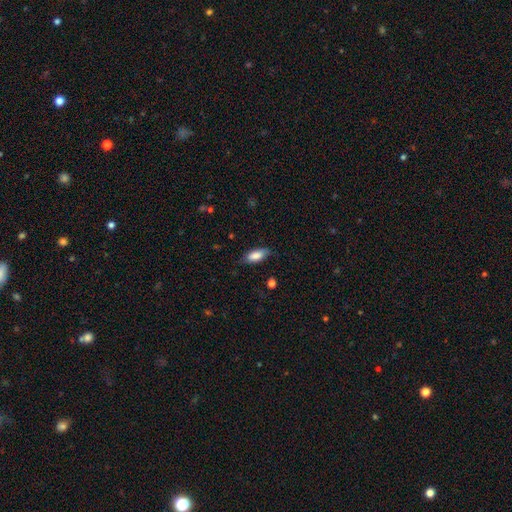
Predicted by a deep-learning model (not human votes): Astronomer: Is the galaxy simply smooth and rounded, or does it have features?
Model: smooth — 83%.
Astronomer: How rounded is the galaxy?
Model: in between — 83%.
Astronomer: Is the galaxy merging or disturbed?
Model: none — 76%.